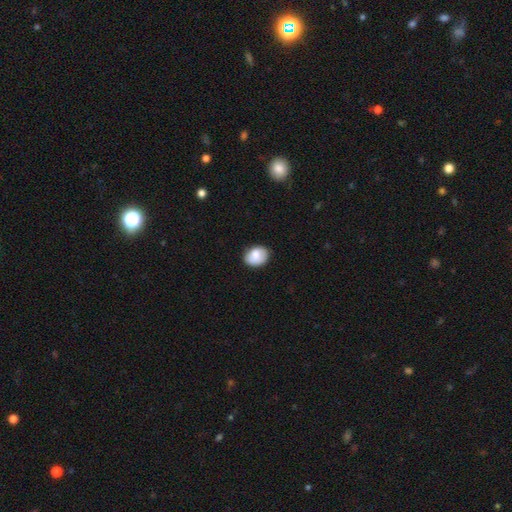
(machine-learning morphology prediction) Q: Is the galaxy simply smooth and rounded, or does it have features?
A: smooth — 83%.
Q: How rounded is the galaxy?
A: in between — 63%.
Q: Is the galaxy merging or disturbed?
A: none — 82%.